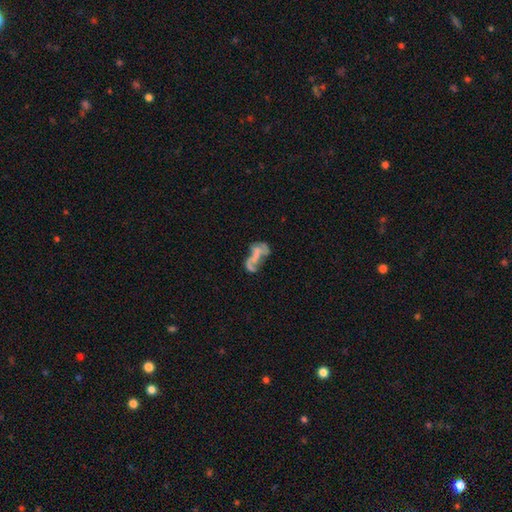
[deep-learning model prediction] smooth_or_featured: featured or disk (p=0.61) [alt: smooth p=0.25]
disk_edge_on: no (p=0.96) [alt: yes p=0.04]
bar: no (p=0.72) [alt: weak p=0.20]
has_spiral_arms: no (p=0.58) [alt: yes p=0.42]
bulge_size: none (p=0.63) [alt: small p=0.21]
merging: major disturbance (p=0.35) [alt: none p=0.26]